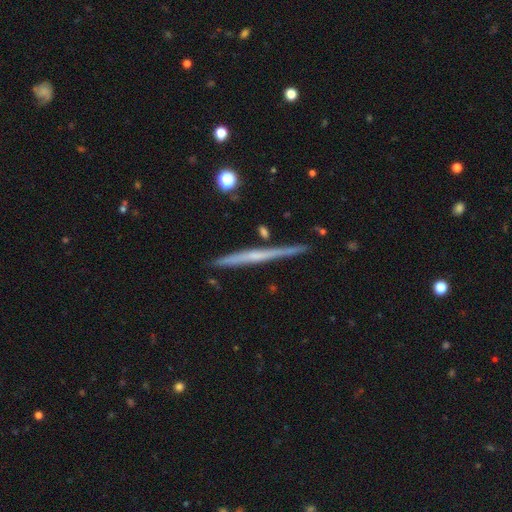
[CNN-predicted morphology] Smooth or featured: featured or disk — 63% (smooth — 31%)
Edge-on disk: yes — 98% (no — 2%)
Edge-on bulge: none — 75% (rounded — 19%)
Merging: none — 86% (minor disturbance — 10%)